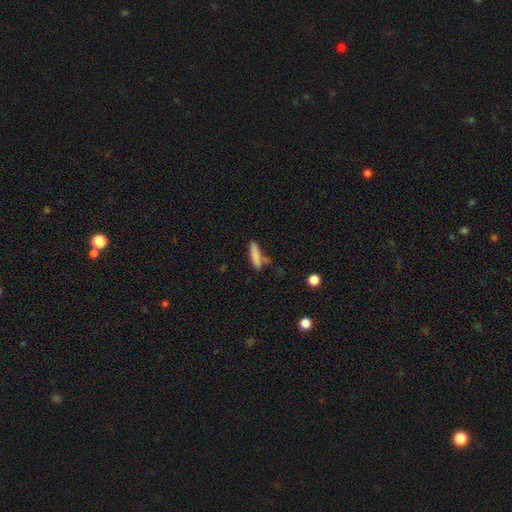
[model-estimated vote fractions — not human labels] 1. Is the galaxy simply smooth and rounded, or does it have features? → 81% smooth, 11% featured or disk, 8% star or artifact.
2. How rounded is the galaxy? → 76% cigar-shaped, 22% in between, 2% round.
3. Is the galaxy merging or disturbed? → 62% none, 21% minor disturbance, 12% merger, 6% major disturbance.